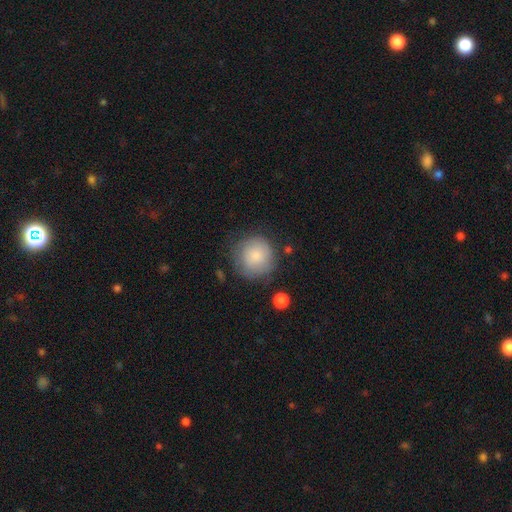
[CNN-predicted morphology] This appears to be a smooth galaxy with no disk features (80%) that is round (93%). Merging: none (71%).